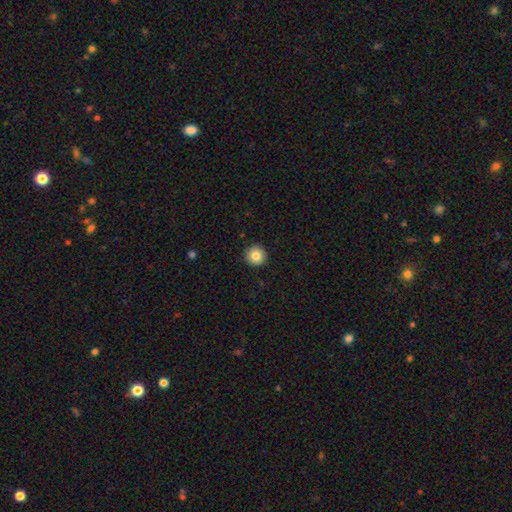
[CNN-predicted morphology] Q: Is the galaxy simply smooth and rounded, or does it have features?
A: smooth — 84%.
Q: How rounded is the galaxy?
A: round — 95%.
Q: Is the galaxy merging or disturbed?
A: none — 93%.